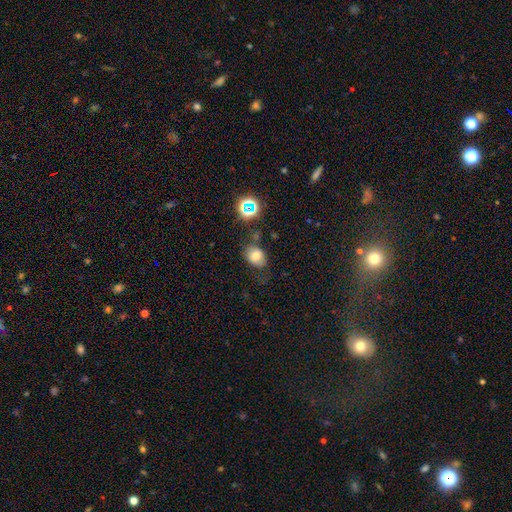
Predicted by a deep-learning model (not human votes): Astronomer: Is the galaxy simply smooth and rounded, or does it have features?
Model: smooth — 72%.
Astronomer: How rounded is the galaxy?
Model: in between — 59% (runner-up: round, 40%).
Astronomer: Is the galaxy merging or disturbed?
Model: none — 59%.